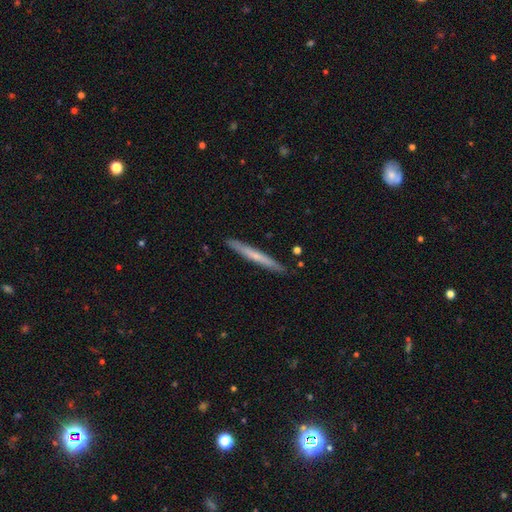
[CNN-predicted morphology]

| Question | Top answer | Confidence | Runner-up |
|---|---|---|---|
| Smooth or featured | smooth | 53% | featured or disk (41%) |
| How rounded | cigar-shaped | 97% | in between (2%) |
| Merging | none | 90% | minor disturbance (7%) |